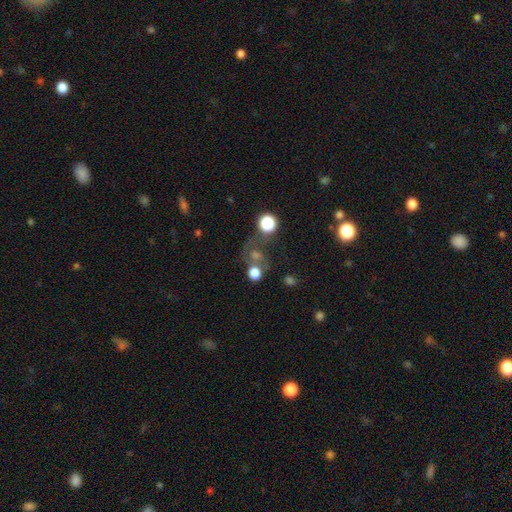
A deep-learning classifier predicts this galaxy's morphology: smooth_or_featured: smooth (p=0.42) [alt: star or artifact p=0.37]
merging: none (p=0.48) [alt: merger p=0.23]